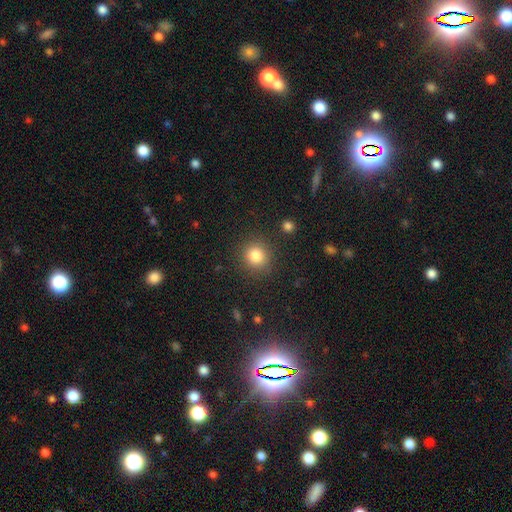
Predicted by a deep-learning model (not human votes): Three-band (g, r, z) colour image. It shows a smooth galaxy with no disk features (83%) that is round (87%). Merging: none (87%).